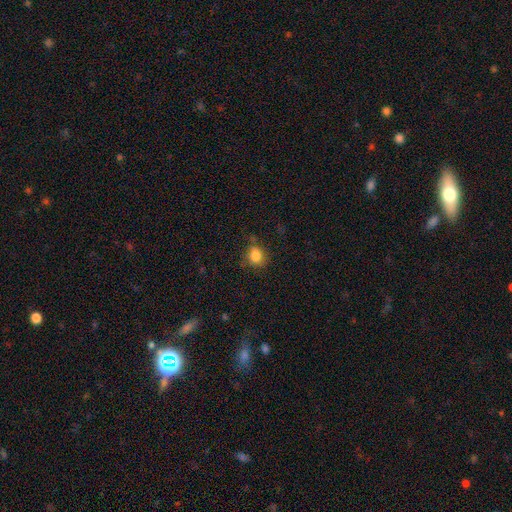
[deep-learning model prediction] Q: Smooth or featured?
A: smooth (83%); runner-up: star or artifact (11%)
Q: How rounded?
A: round (65%); runner-up: in between (34%)
Q: Merging?
A: none (71%); runner-up: minor disturbance (20%)